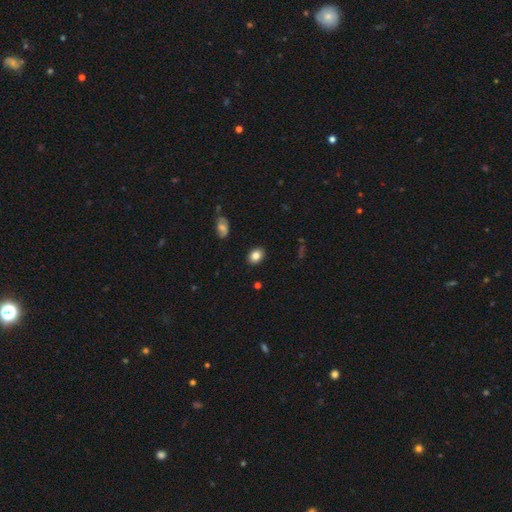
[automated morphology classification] Overall: smooth (83%). How rounded: in between (61%; round 38%). Merging: none (89%).